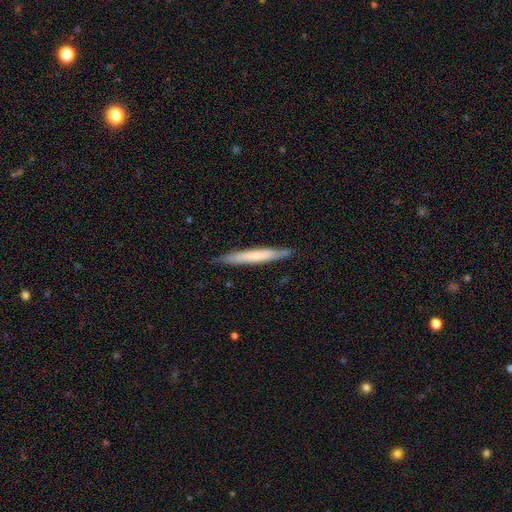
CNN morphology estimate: smooth-or-featured: smooth: 61% | featured or disk: 34% | star or artifact: 5%
  how-rounded: cigar-shaped: 96% | in between: 3% | round: 1%
  merging: none: 86% | minor disturbance: 11% | major disturbance: 2% | merger: 1%